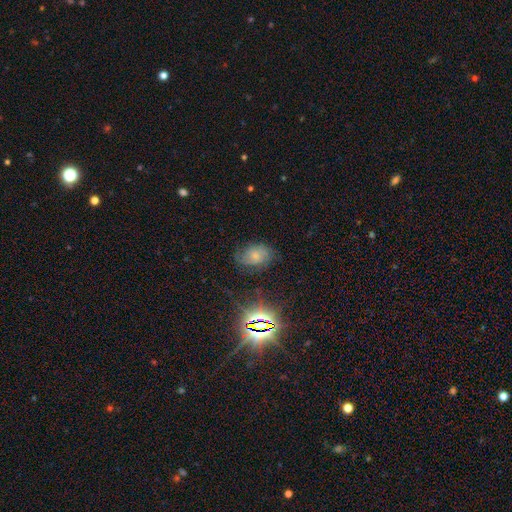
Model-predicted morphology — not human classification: Overall: featured or disk (41%; smooth 39%). Merging: none (67%).